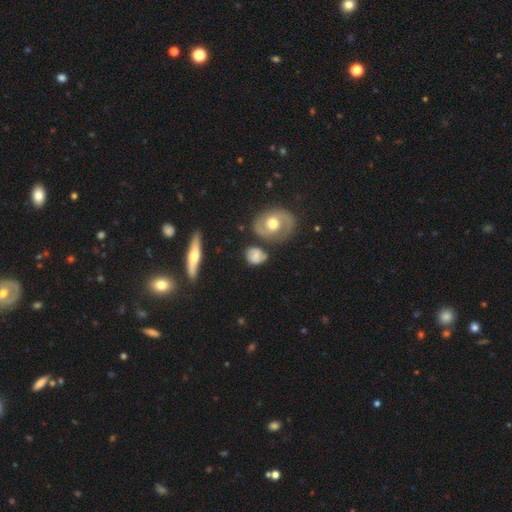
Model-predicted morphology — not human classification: Smooth or featured: smooth — 60% (featured or disk — 31%)
How rounded: round — 53% (in between — 44%)
Merging: none — 66% (minor disturbance — 19%)